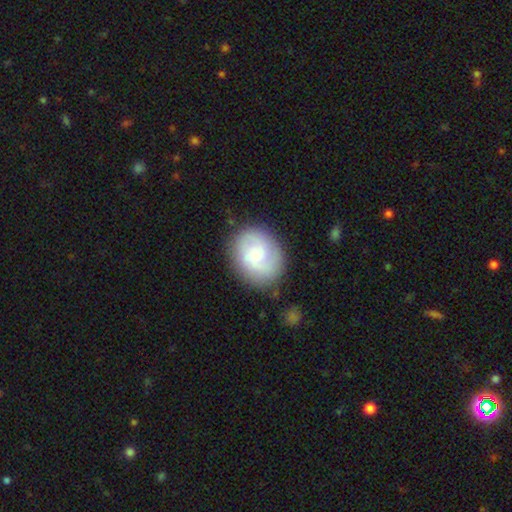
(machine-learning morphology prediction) The model was most divided on "bar": no: 50%, weak: 44%, strong: 7%. More confident: edge-on disk — no (97%); spiral arms — yes (88%); merging — none (79%); smooth or featured — featured or disk (58%); bulge size — small (52%).